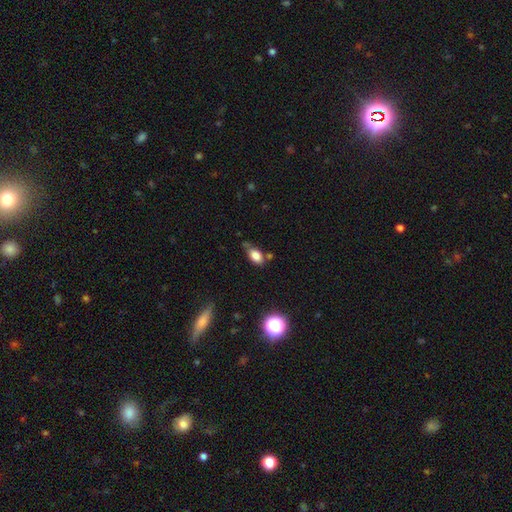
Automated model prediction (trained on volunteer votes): Smooth or featured: smooth — 81% (star or artifact — 10%)
How rounded: in between — 85% (round — 11%)
Merging: none — 55% (minor disturbance — 27%)